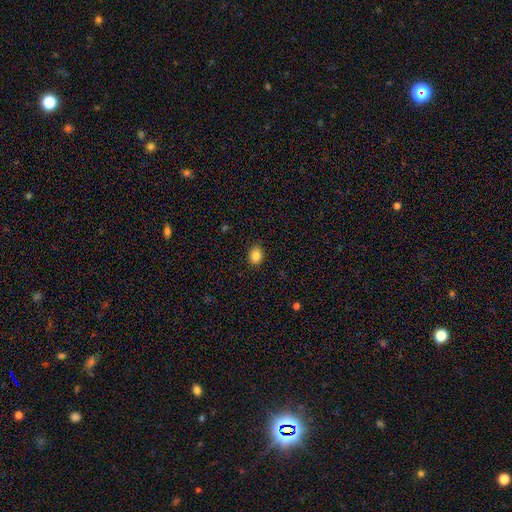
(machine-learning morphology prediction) This appears to be a smooth galaxy with no disk features (85%) that is in between round and cigar-shaped (55%). Merging: none (89%).